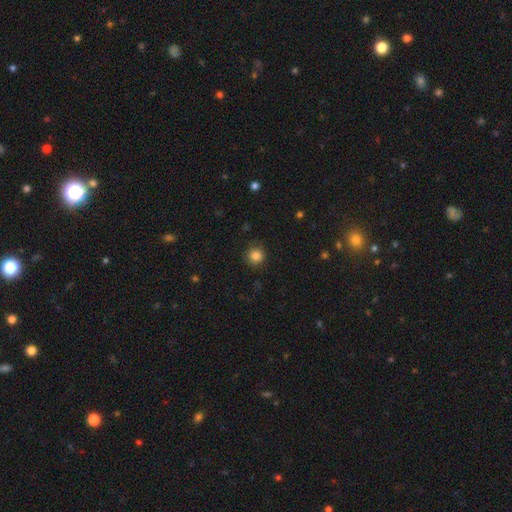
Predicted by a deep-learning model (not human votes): A smooth galaxy with no disk features (84%) that is round (93%). Merging: none (88%).